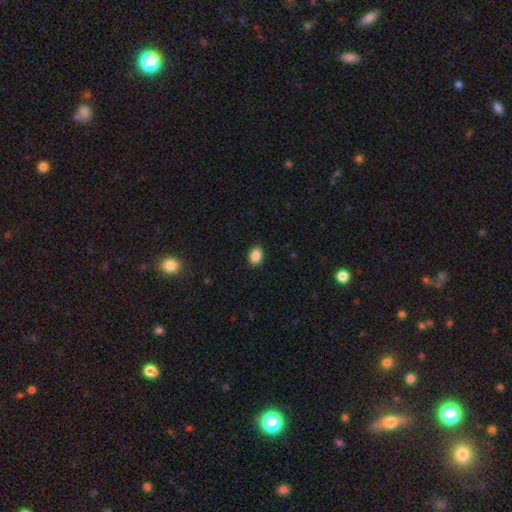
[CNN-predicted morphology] A smooth galaxy with no disk features (89%) that is in between round and cigar-shaped (75%). Merging: none (89%).